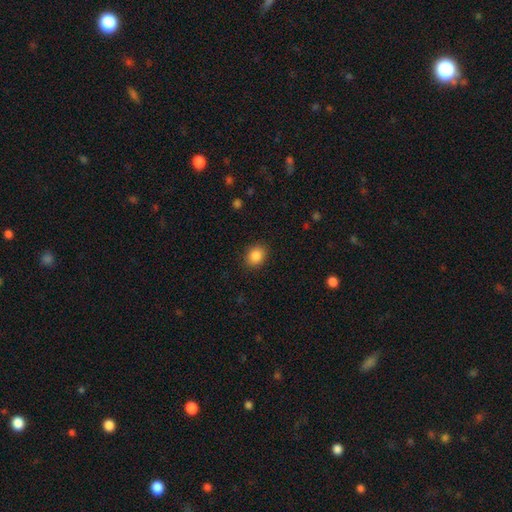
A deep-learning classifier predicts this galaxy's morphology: Overall: smooth (87%). How rounded: round (51%; in between 48%). Merging: none (88%).